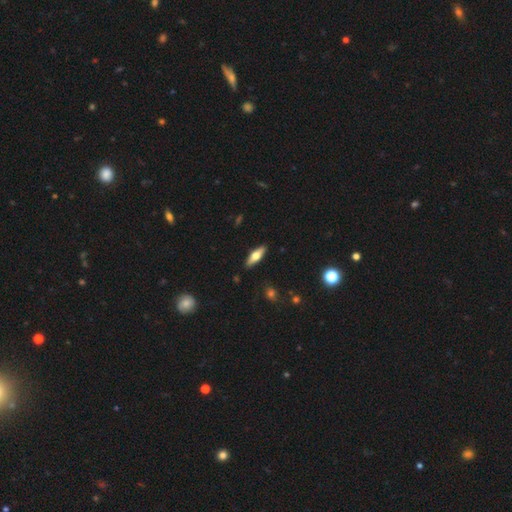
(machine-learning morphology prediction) Overall: smooth (51%; featured or disk 43%). How rounded: cigar-shaped (52%; in between 46%). Merging: none (89%).